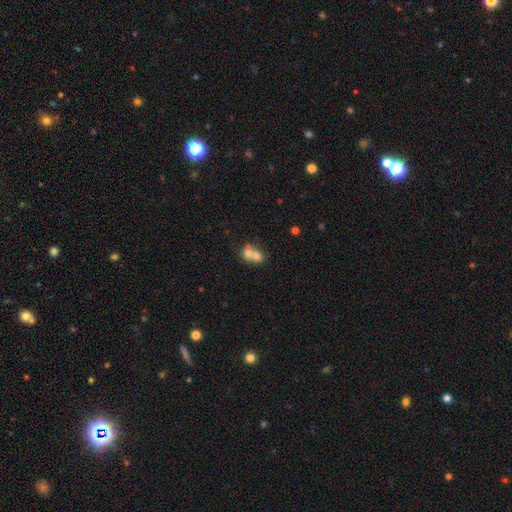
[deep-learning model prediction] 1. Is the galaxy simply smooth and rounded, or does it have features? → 65% smooth, 24% featured or disk, 11% star or artifact.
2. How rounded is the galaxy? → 61% round, 38% in between, 1% cigar-shaped.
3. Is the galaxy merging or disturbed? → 69% merger, 23% none, 6% minor disturbance, 3% major disturbance.